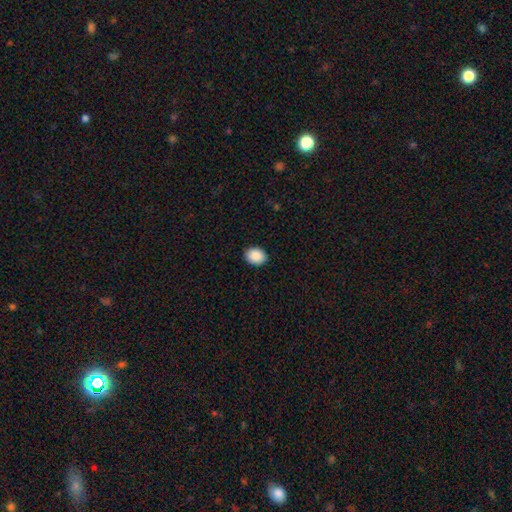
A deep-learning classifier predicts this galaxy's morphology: A smooth galaxy with no disk features (90%) that is in between round and cigar-shaped (61%).

Vote fractions:
- Smooth or featured? smooth: 90% / star or artifact: 7% / featured or disk: 3%
- How rounded? in between: 61% / round: 38% / cigar-shaped: 1%
- Merging? none: 91% / minor disturbance: 7% / major disturbance: 2% / merger: 1%